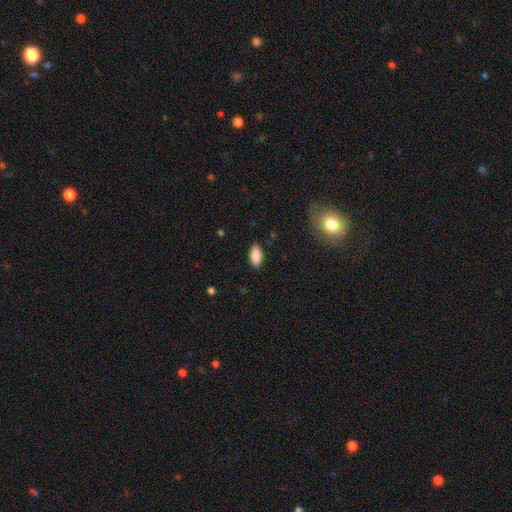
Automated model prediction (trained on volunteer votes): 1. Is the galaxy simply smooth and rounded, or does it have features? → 87% smooth, 7% star or artifact, 6% featured or disk.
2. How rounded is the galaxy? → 90% in between, 8% cigar-shaped, 2% round.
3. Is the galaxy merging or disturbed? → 85% none, 11% minor disturbance, 2% major disturbance, 1% merger.